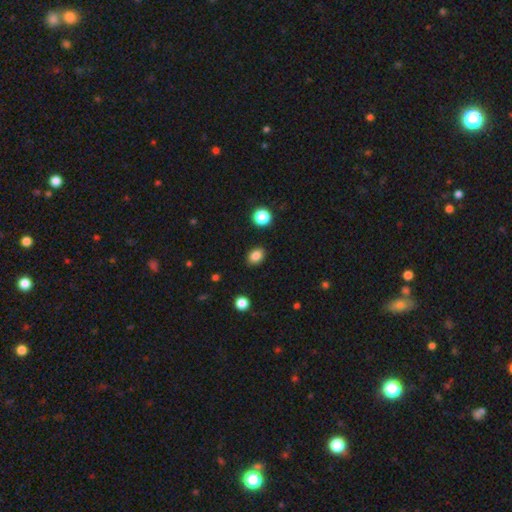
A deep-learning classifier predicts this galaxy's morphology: This is clearly a smooth galaxy (85%). How rounded: likely in between (67%). Merging: clearly none (88%).